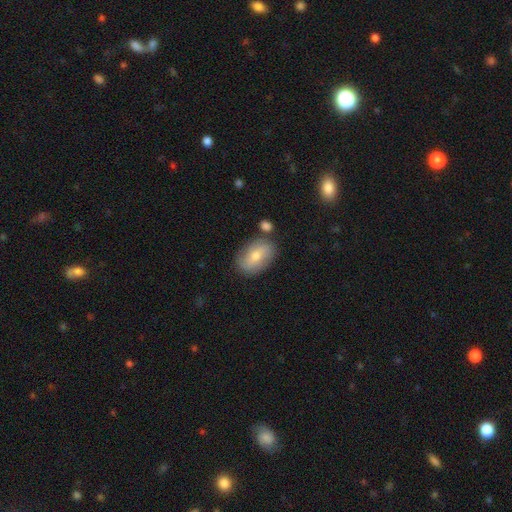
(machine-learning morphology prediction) Smooth or featured? smooth (58%)
How rounded? in between (86%)
Merging? none (78%)